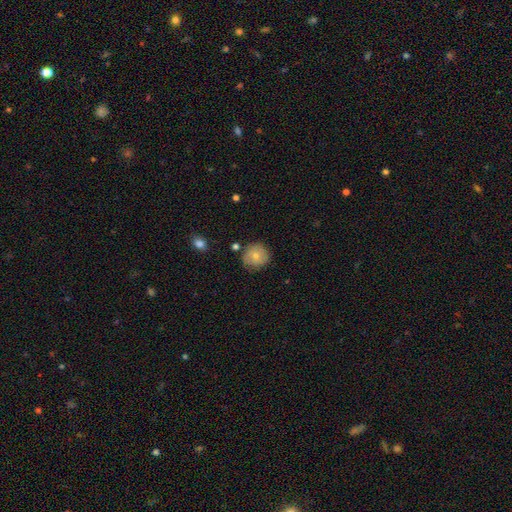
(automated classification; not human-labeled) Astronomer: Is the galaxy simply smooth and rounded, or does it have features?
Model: smooth — 70%.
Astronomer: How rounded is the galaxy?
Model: round — 89%.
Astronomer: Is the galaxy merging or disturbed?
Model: none — 75%.